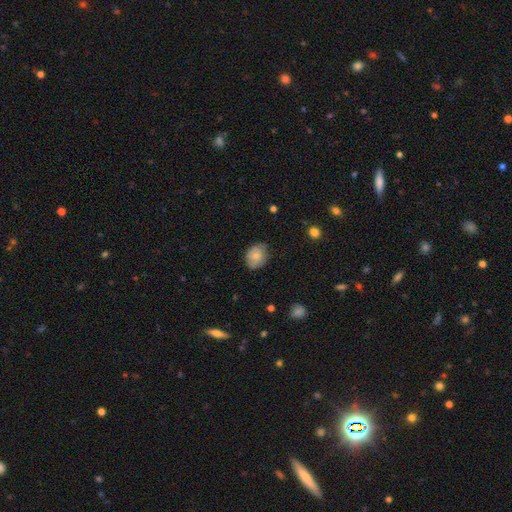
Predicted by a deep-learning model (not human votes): Smooth or featured?
  - smooth: 80% *
  - featured or disk: 13%
  - star or artifact: 7%
How rounded?
  - in between: 58% *
  - round: 41%
  - cigar-shaped: 1%
Merging?
  - none: 68% *
  - minor disturbance: 26%
  - major disturbance: 5%
  - merger: 1%